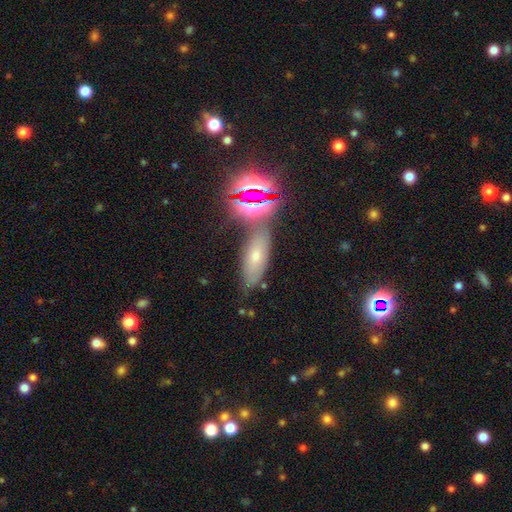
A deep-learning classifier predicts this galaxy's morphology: Smooth or featured?
  - smooth: 43% *
  - star or artifact: 36%
  - featured or disk: 21%
Merging?
  - none: 73% *
  - minor disturbance: 14%
  - merger: 9%
  - major disturbance: 5%